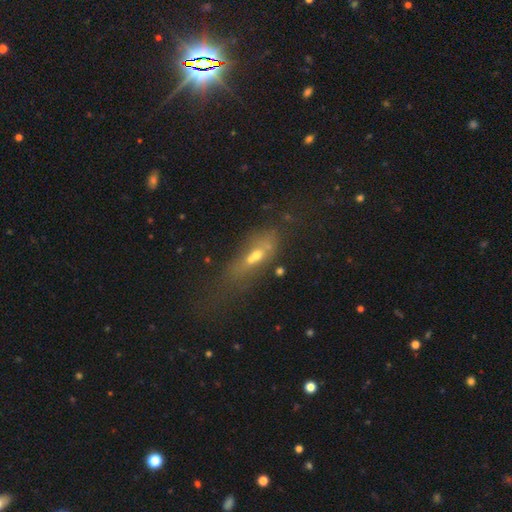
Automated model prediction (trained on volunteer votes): smooth 43%, featured or disk 39%, star or artifact 18%. Down the decision tree: merging — merger (35%).